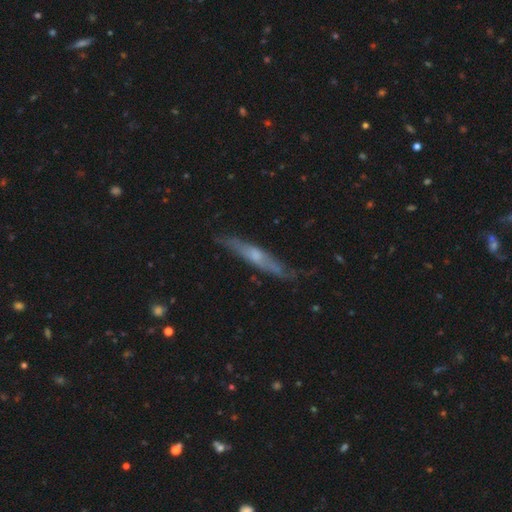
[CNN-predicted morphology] The model was most divided on "smooth or featured": featured or disk: 60%, smooth: 34%, star or artifact: 7%. More confident: edge-on disk — yes (85%); merging — none (73%); edge-on bulge — rounded (64%).